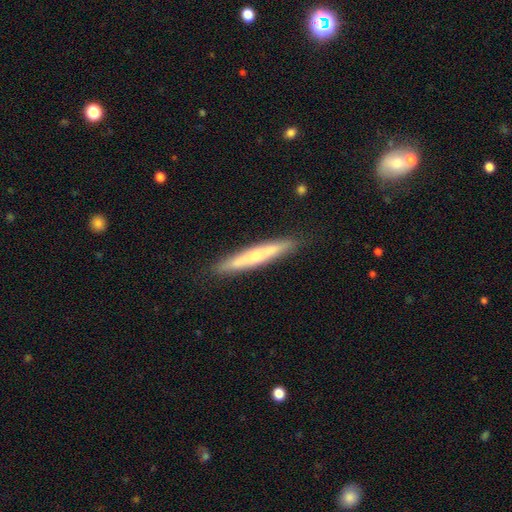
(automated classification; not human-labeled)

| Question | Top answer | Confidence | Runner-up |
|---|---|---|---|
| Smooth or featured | featured or disk | 48% | smooth (47%) |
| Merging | none | 89% | minor disturbance (8%) |